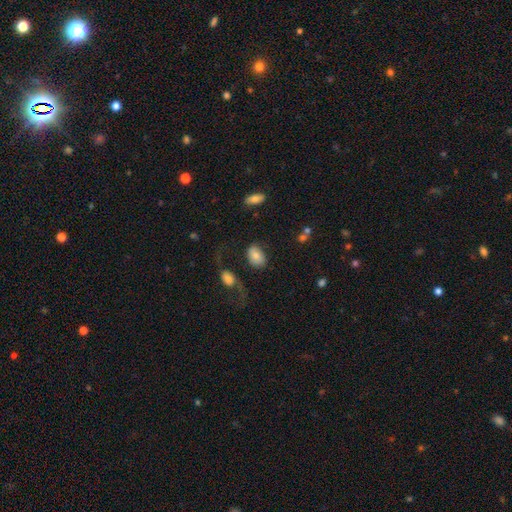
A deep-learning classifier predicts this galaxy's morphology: Q: Smooth or featured?
A: smooth (72%); runner-up: featured or disk (19%)
Q: How rounded?
A: in between (81%); runner-up: round (17%)
Q: Merging?
A: none (60%); runner-up: minor disturbance (17%)